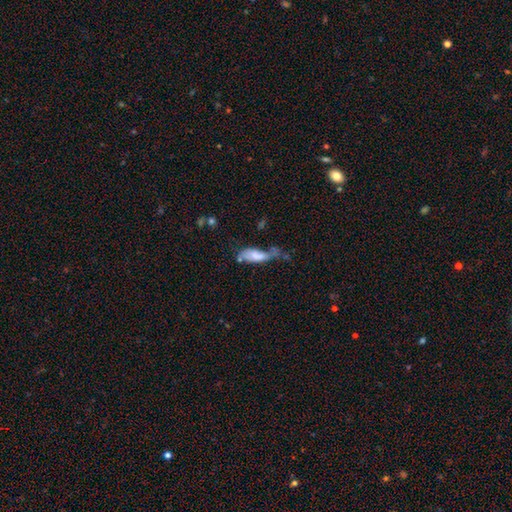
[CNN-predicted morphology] smooth-or-featured: smooth: 66% | featured or disk: 25% | star or artifact: 8%
  how-rounded: in between: 69% | cigar-shaped: 29% | round: 3%
  merging: major disturbance: 34% | minor disturbance: 30% | none: 22% | merger: 14%